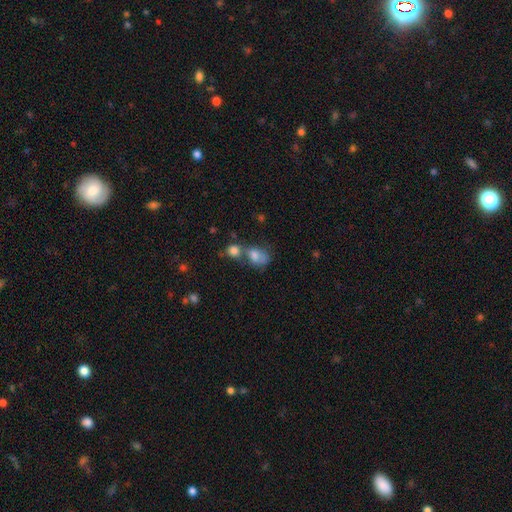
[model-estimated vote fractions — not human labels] Smooth or featured?
  - smooth: 75% *
  - featured or disk: 14%
  - star or artifact: 11%
How rounded?
  - in between: 63% *
  - round: 36%
  - cigar-shaped: 2%
Merging?
  - merger: 56% *
  - none: 22%
  - minor disturbance: 12%
  - major disturbance: 10%